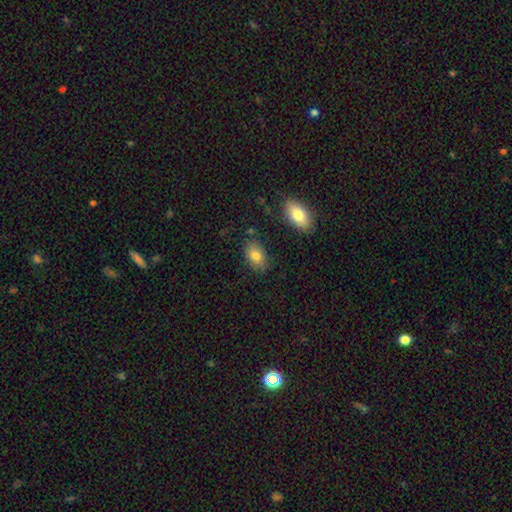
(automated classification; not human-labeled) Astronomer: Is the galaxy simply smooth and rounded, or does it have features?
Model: smooth — 79%.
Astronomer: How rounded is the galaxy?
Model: in between — 88%.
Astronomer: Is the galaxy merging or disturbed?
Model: none — 80%.